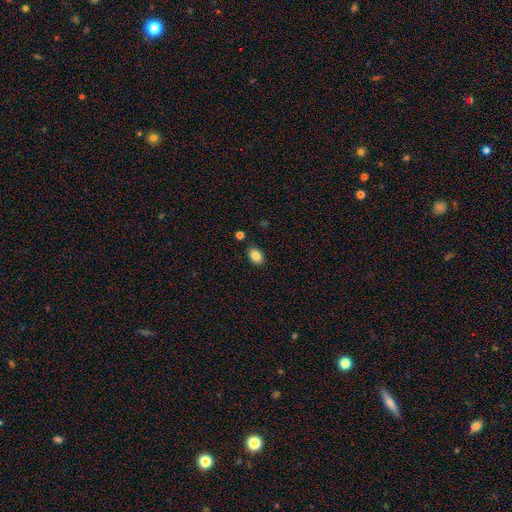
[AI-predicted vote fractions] Smooth or featured? smooth (85%)
How rounded? in between (78%)
Merging? none (85%)